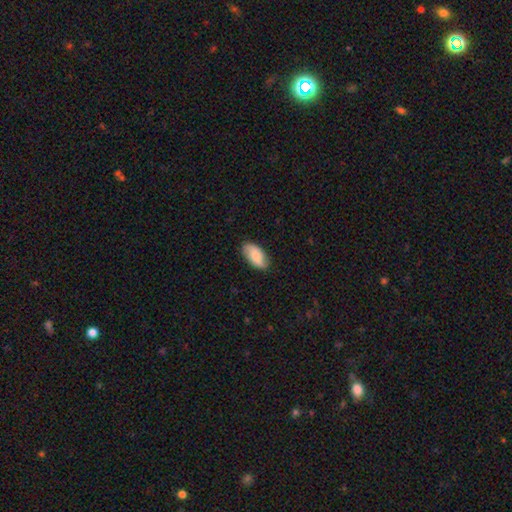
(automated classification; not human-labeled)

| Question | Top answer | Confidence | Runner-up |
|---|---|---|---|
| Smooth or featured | smooth | 75% | featured or disk (19%) |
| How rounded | in between | 93% | cigar-shaped (5%) |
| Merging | none | 84% | minor disturbance (12%) |